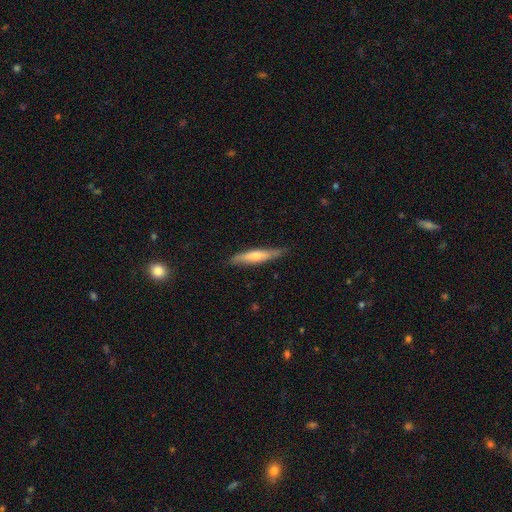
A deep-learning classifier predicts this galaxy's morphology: Smooth or featured: featured or disk — 49% (smooth — 45%)
Merging: none — 82% (minor disturbance — 15%)